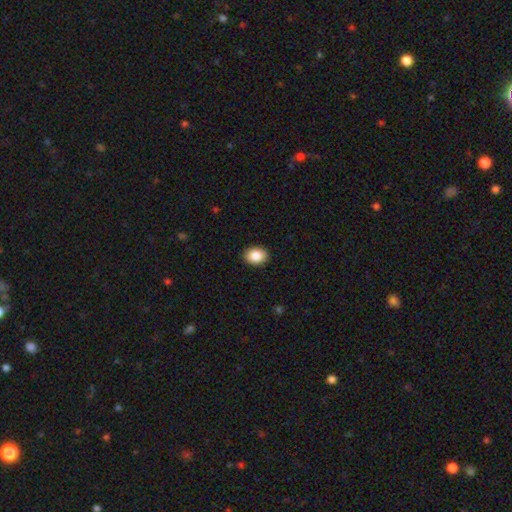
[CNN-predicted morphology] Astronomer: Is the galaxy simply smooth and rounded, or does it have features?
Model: smooth — 88%.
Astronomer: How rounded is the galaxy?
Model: in between — 67%.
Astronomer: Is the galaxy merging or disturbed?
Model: none — 90%.